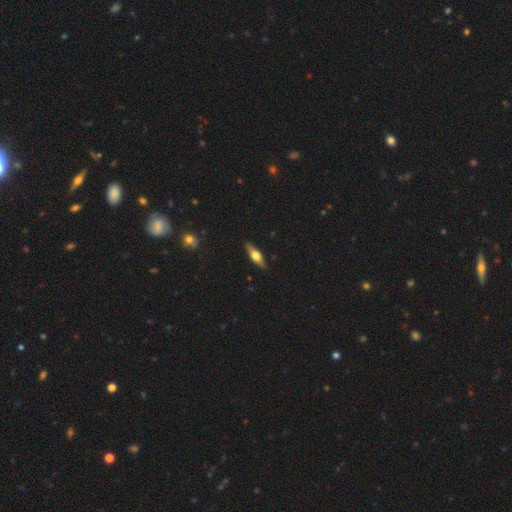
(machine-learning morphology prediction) Q: Smooth or featured?
A: featured or disk (52%); runner-up: smooth (42%)
Q: Edge-on disk?
A: yes (91%); runner-up: no (9%)
Q: Merging?
A: none (87%); runner-up: minor disturbance (10%)